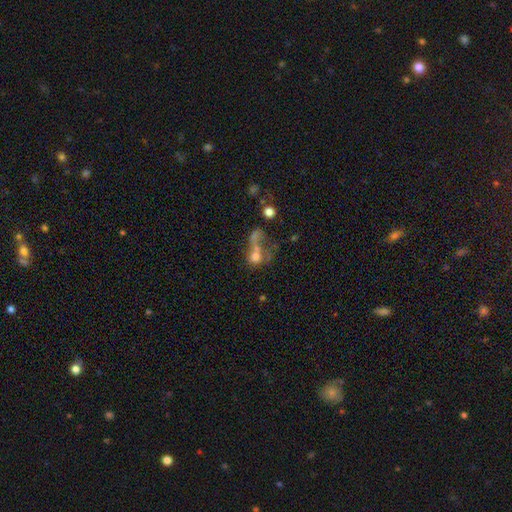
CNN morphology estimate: type=smooth (58%); roundness=round (59%); merging=merger (45%).